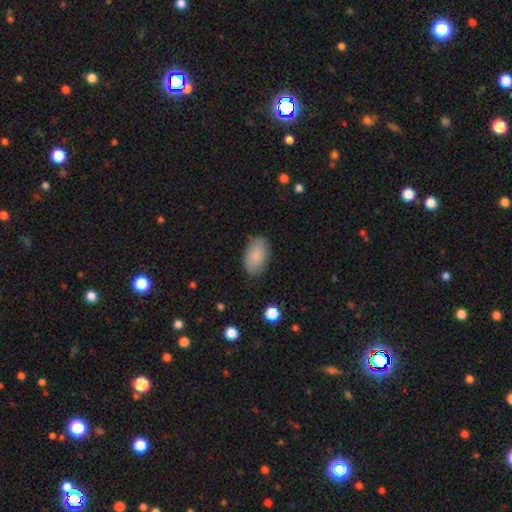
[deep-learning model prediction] Q: Smooth or featured?
A: smooth (86%); runner-up: featured or disk (8%)
Q: How rounded?
A: in between (93%); runner-up: round (5%)
Q: Merging?
A: none (82%); runner-up: minor disturbance (14%)